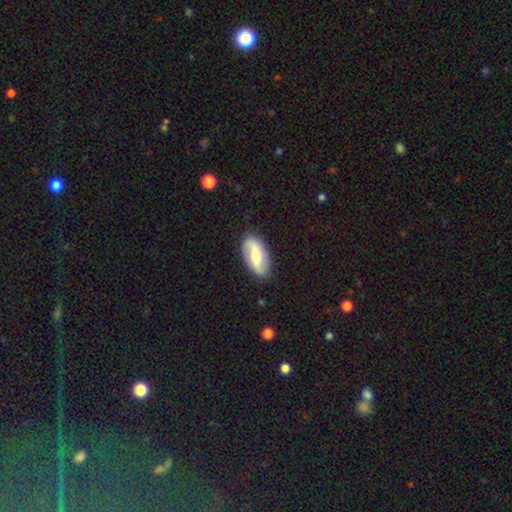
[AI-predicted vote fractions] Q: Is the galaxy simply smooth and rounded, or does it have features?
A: featured or disk — 69%.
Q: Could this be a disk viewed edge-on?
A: no — 93%.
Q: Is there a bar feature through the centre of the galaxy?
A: weak — 40%.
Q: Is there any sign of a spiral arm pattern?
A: yes — 90%.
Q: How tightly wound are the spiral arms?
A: loose — 58%.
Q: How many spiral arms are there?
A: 2 — 91%.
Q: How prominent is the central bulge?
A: moderate — 56%.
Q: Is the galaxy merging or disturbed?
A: none — 85%.